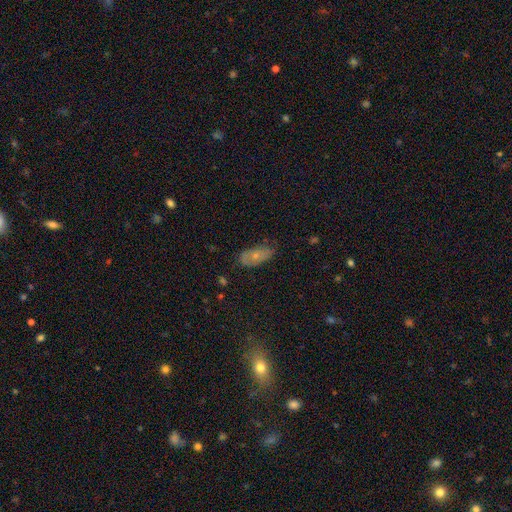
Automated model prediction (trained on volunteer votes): smooth-or-featured: smooth: 60% | featured or disk: 31% | star or artifact: 9%
  how-rounded: in between: 89% | cigar-shaped: 6% | round: 4%
  merging: none: 67% | minor disturbance: 26% | major disturbance: 6% | merger: 1%